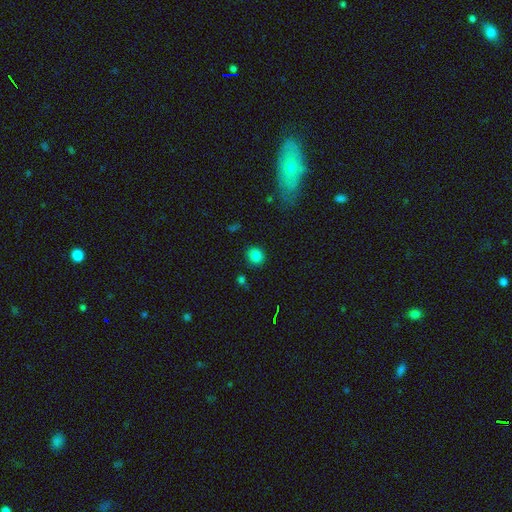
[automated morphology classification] smooth 83%, star or artifact 12%, featured or disk 5%. Down the decision tree: how rounded — round (79%); merging — none (87%).